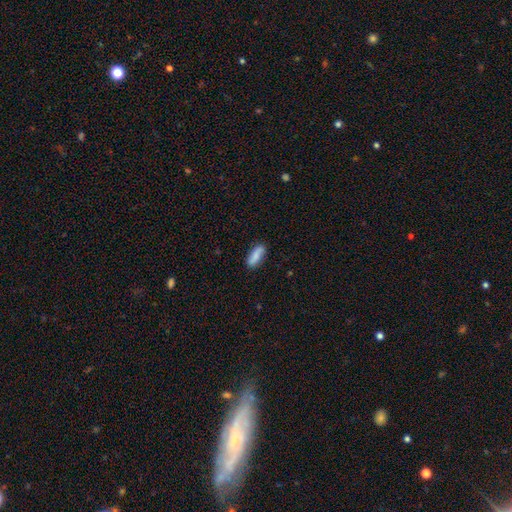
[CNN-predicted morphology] This appears to be a smooth galaxy with no disk features (80%) that is in between round and cigar-shaped (63%). Merging: none (86%).